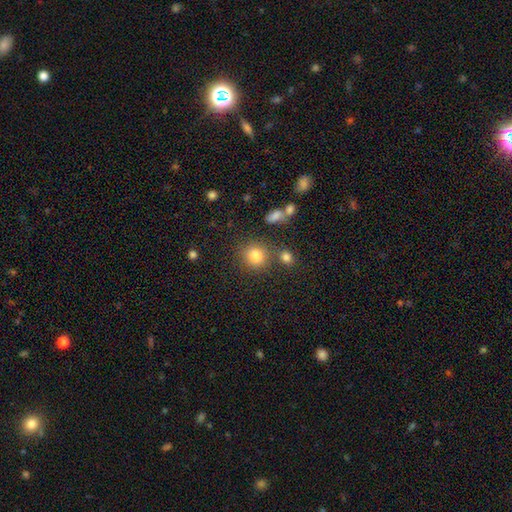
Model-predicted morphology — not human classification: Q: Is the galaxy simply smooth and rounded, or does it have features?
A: smooth — 81%.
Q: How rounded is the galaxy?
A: round — 81%.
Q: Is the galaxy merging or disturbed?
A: none — 72%.